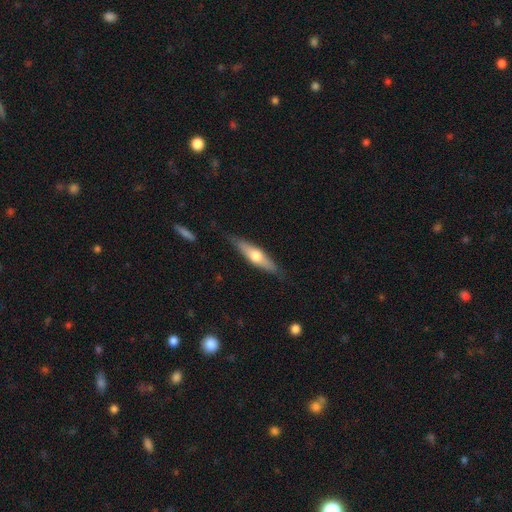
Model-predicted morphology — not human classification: This is possibly a featured or disk galaxy (47%, tied with smooth). Merging: clearly none (82%).